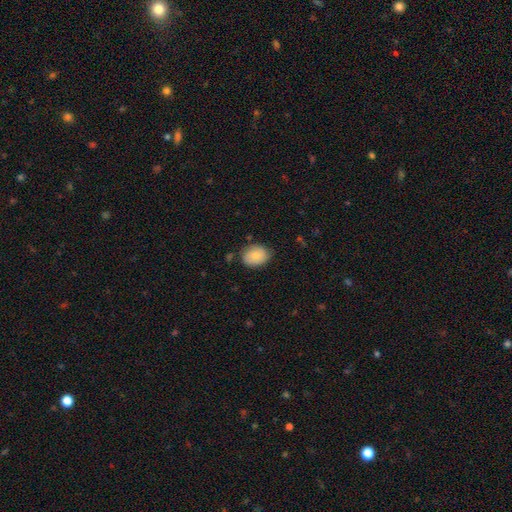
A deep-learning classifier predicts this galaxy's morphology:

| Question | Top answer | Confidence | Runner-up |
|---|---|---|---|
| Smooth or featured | smooth | 83% | featured or disk (10%) |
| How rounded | in between | 65% | round (34%) |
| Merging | none | 75% | minor disturbance (19%) |